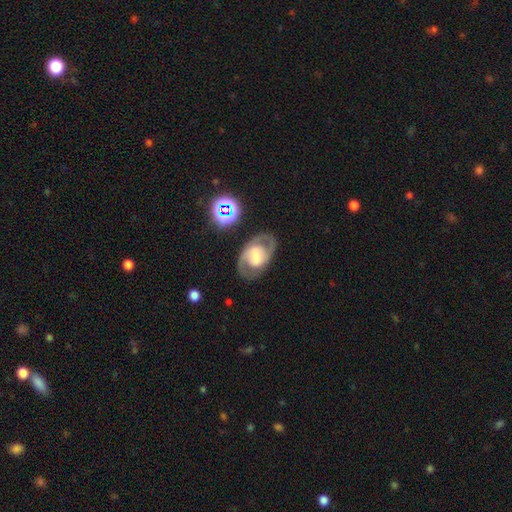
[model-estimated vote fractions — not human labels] smooth_or_featured: featured or disk (p=0.68) [alt: smooth p=0.24]
disk_edge_on: no (p=0.95) [alt: yes p=0.05]
bar: weak (p=0.41) [alt: no p=0.34]
has_spiral_arms: yes (p=0.72) [alt: no p=0.28]
bulge_size: large (p=0.35) [alt: moderate p=0.30]
merging: none (p=0.76) [alt: minor disturbance p=0.15]